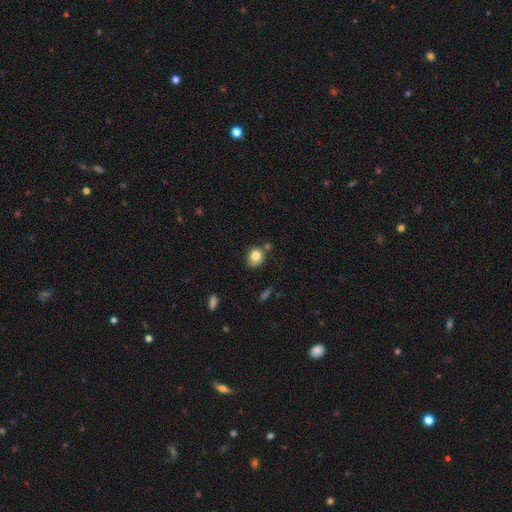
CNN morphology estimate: smooth 81%, star or artifact 10%, featured or disk 9%. Down the decision tree: how rounded — round (65%); merging — none (70%).